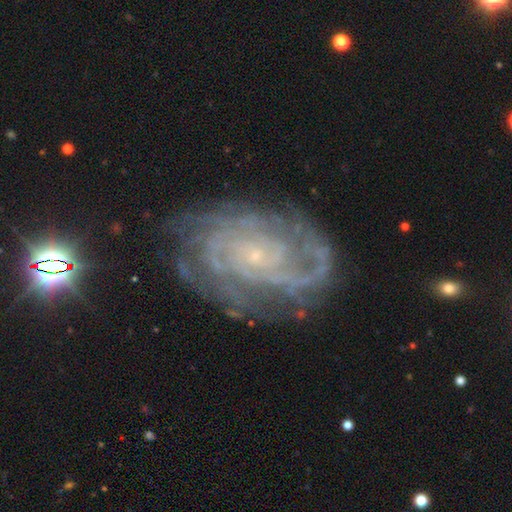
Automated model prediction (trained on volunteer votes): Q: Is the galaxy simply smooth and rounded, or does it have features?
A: featured or disk — 88%.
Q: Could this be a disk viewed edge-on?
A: no — 97%.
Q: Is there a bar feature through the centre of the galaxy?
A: no — 74%.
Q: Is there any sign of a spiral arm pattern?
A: yes — 96%.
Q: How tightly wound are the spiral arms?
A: tight — 71%.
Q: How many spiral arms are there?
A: can't tell — 30%.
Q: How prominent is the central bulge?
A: small — 86%.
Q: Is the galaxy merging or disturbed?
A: none — 73%.